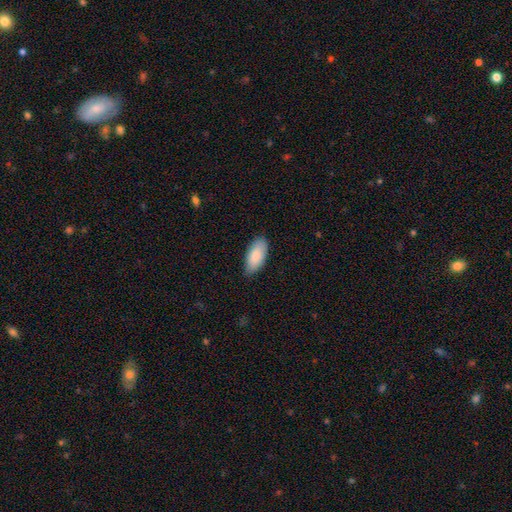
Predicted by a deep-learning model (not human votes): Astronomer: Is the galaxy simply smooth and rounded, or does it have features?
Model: smooth — 85%.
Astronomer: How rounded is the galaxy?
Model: in between — 91%.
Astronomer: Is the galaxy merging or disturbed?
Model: none — 79%.